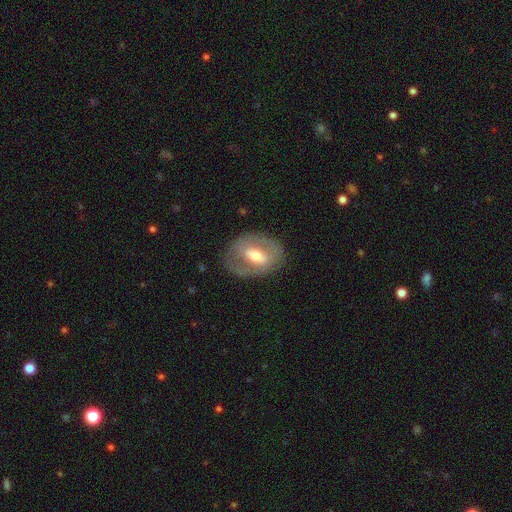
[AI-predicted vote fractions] A featured or disk galaxy (61%) with a weak bar (39%), no spiral arms (63%) and a moderate central bulge (68%).

Vote fractions:
- Smooth or featured? featured or disk: 61% / smooth: 33% / star or artifact: 6%
- Edge-on disk? no: 92% / yes: 8%
- Bar? weak: 39% / strong: 35% / no: 26%
- Spiral arms? no: 63% / yes: 37%
- Bulge size? moderate: 68% / small: 18% / large: 12% / dominant: 1% / none: 1%
- Merging? none: 75% / minor disturbance: 16% / major disturbance: 8% / merger: 1%